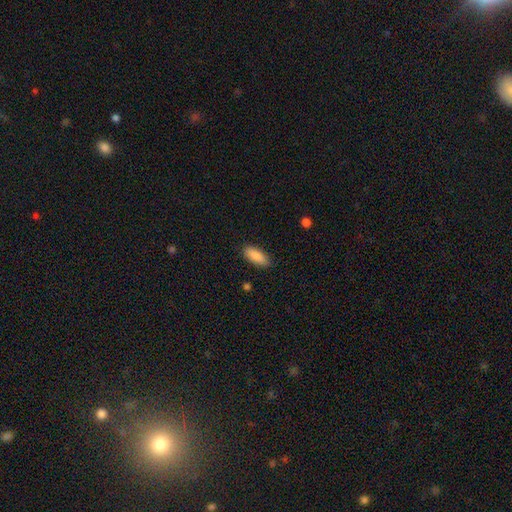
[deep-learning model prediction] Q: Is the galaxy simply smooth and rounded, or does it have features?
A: smooth — 89%.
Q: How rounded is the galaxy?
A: in between — 77%.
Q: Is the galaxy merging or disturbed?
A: none — 87%.